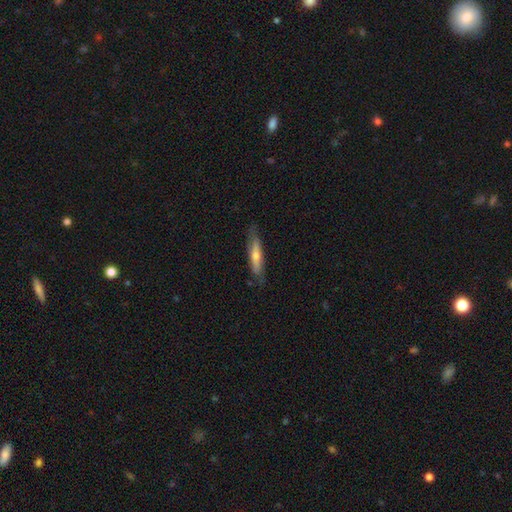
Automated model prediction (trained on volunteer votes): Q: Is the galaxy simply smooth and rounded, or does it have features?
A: featured or disk — 52%.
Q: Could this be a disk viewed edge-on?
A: yes — 81%.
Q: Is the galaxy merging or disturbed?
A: none — 82%.